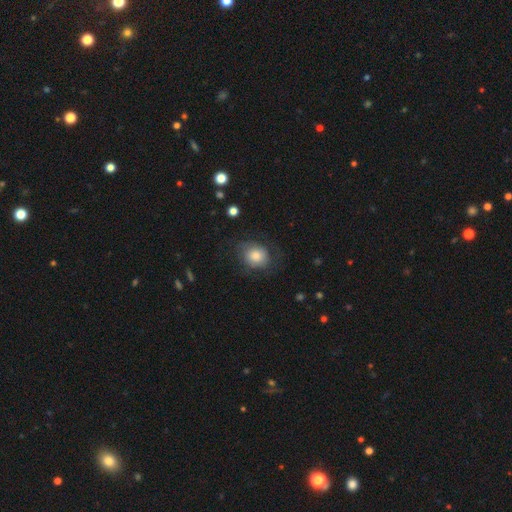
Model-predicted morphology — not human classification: A smooth galaxy with no disk features (69%) that is round (63%). Merging: none (62%).